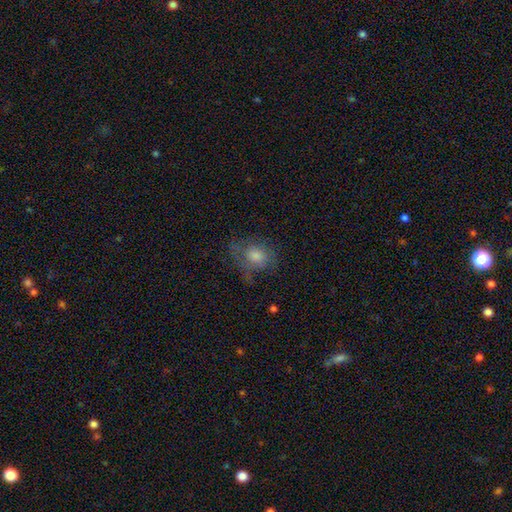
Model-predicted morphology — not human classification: type=smooth (60%); roundness=round (53%); merging=none (56%).